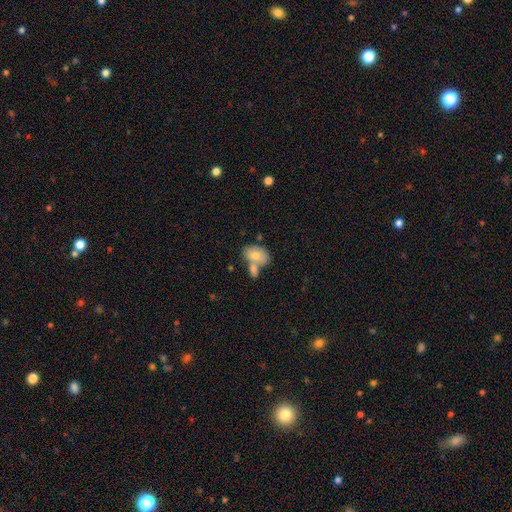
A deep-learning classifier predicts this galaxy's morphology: Smooth or featured? smooth (73%)
How rounded? in between (85%)
Merging? merger (44%)